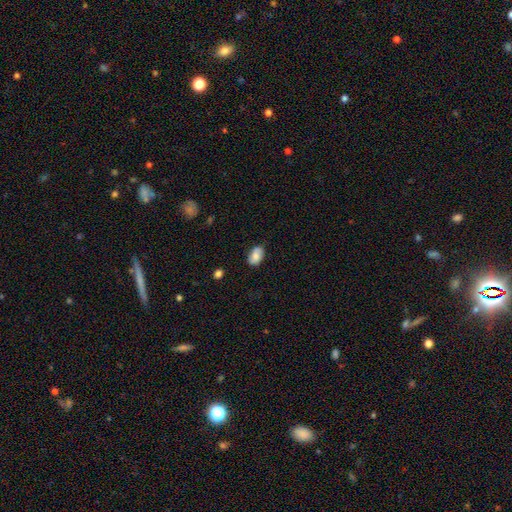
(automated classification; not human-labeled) Q: Smooth or featured?
A: smooth (74%); runner-up: featured or disk (18%)
Q: How rounded?
A: in between (90%); runner-up: round (9%)
Q: Merging?
A: none (72%); runner-up: minor disturbance (22%)